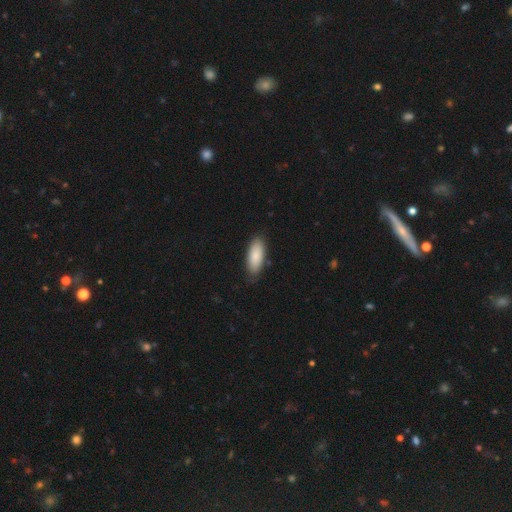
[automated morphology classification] smooth 87%, featured or disk 7%, star or artifact 5%. Down the decision tree: how rounded — in between (80%); merging — none (81%).